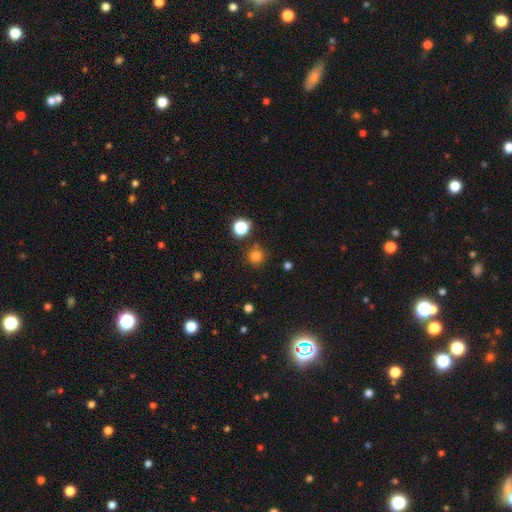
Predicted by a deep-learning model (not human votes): Smooth or featured? smooth (78%)
How rounded? round (94%)
Merging? none (83%)